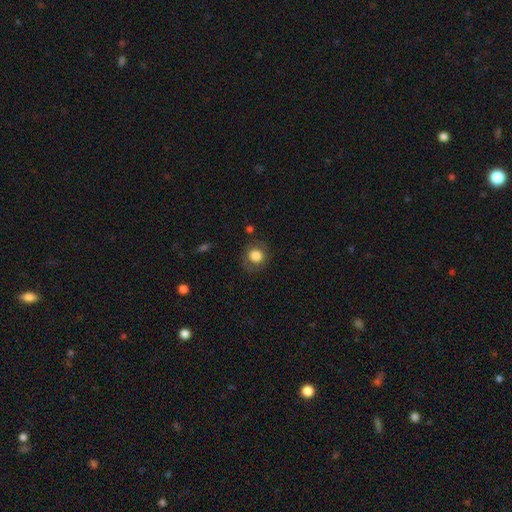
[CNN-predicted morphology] A smooth galaxy with no disk features (78%) that is round (81%).

Vote fractions:
- Smooth or featured? smooth: 78% / featured or disk: 13% / star or artifact: 9%
- How rounded? round: 81% / in between: 18% / cigar-shaped: 1%
- Merging? none: 77% / minor disturbance: 15% / major disturbance: 6% / merger: 2%